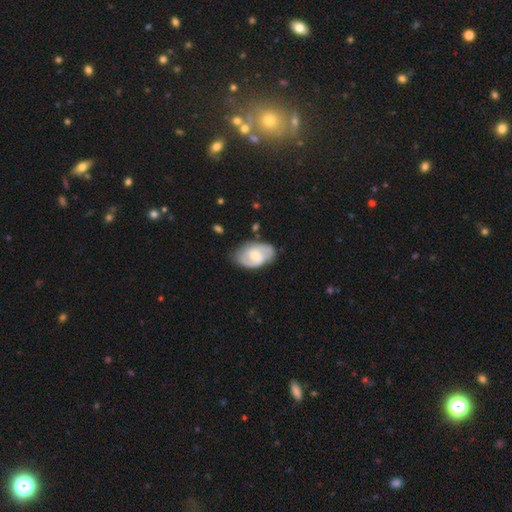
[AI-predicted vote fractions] Morphology: type=featured or disk (69%); edge-on=no (96%); bar=weak (46%); spiral arms=yes (88%); winding=medium (45%); arm count=2 (78%); bulge=moderate (50%); merging=none (74%).